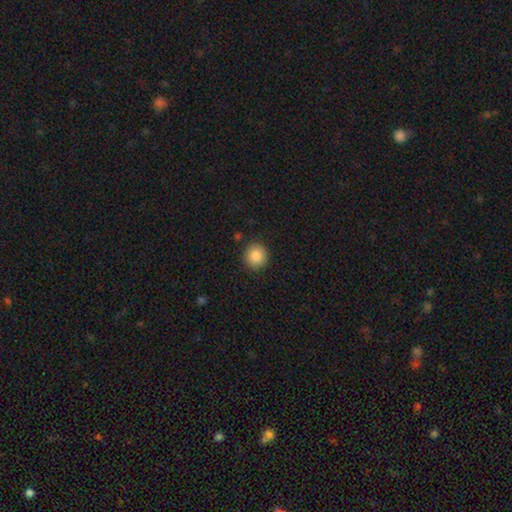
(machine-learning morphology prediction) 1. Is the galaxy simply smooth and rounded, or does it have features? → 87% smooth, 9% star or artifact, 5% featured or disk.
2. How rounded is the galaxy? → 91% round, 8% in between, 1% cigar-shaped.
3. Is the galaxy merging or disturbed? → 88% none, 8% minor disturbance, 2% major disturbance, 1% merger.